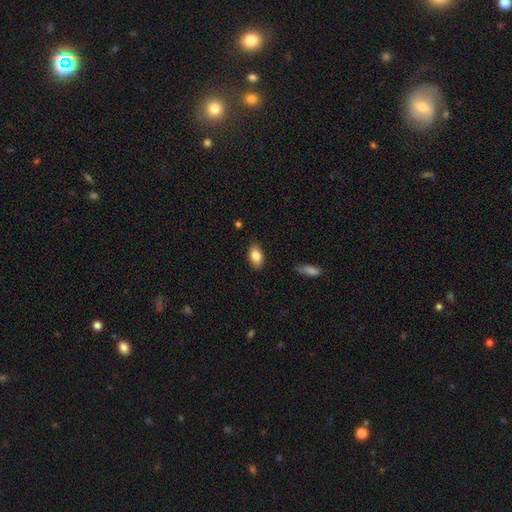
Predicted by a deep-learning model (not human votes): smooth 83%, featured or disk 9%, star or artifact 8%. Down the decision tree: how rounded — in between (90%); merging — none (84%).